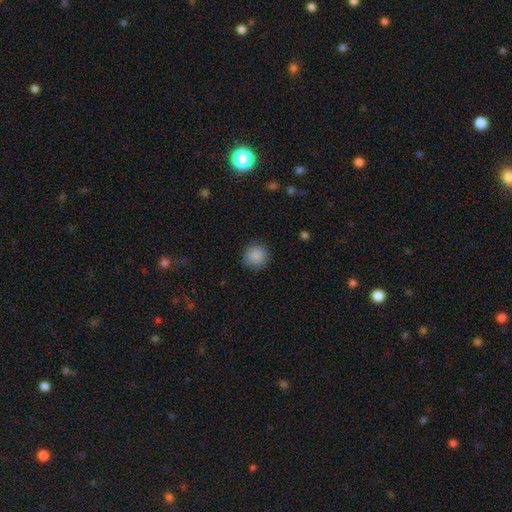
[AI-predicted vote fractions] This is clearly a smooth galaxy (88%). How rounded: clearly round (92%). Merging: clearly none (86%).